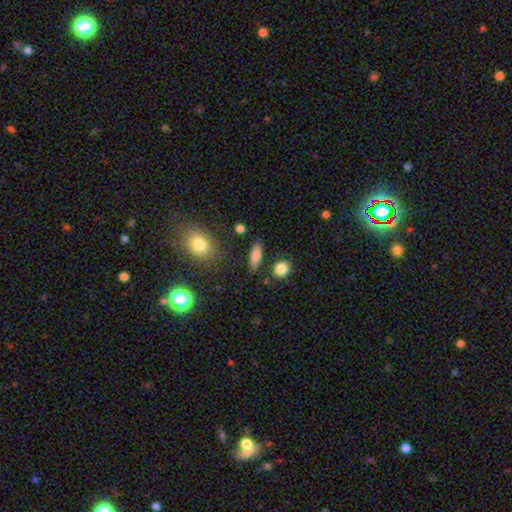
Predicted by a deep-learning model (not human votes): Morphology: type=smooth (85%); roundness=in between (66%); merging=none (83%).